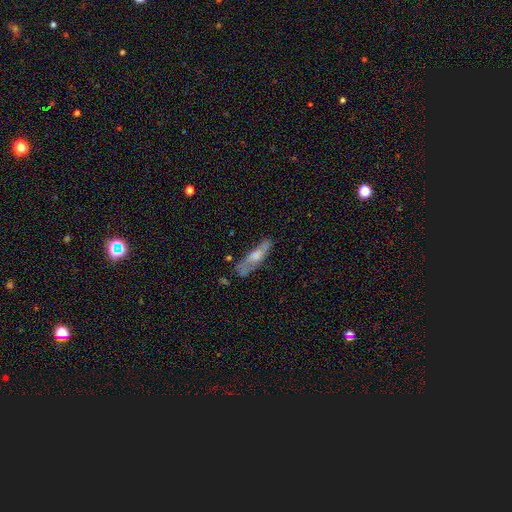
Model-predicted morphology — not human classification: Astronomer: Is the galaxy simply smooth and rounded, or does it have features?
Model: featured or disk — 48% (runner-up: smooth, 44%).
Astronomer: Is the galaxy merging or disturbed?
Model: none — 59%.